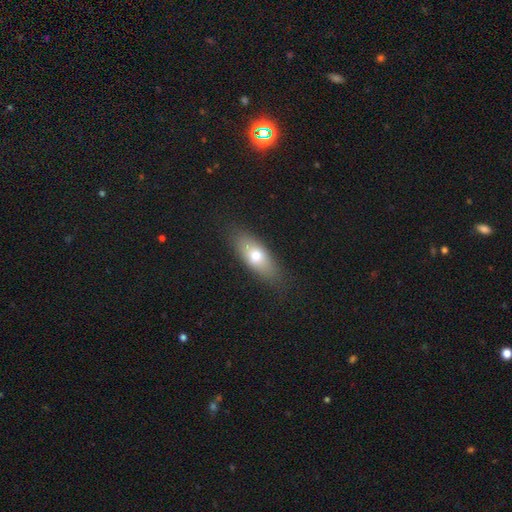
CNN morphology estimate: A smooth galaxy with no disk features (70%) that is in between round and cigar-shaped (72%). Merging: none (83%).